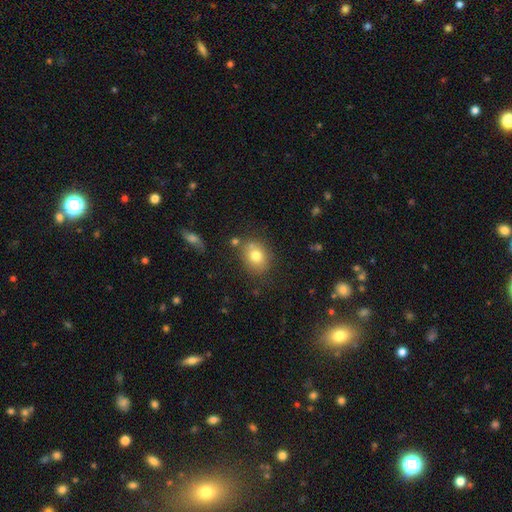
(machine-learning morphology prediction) smooth 76%, featured or disk 13%, star or artifact 10%. Down the decision tree: how rounded — round (53%); merging — none (72%).